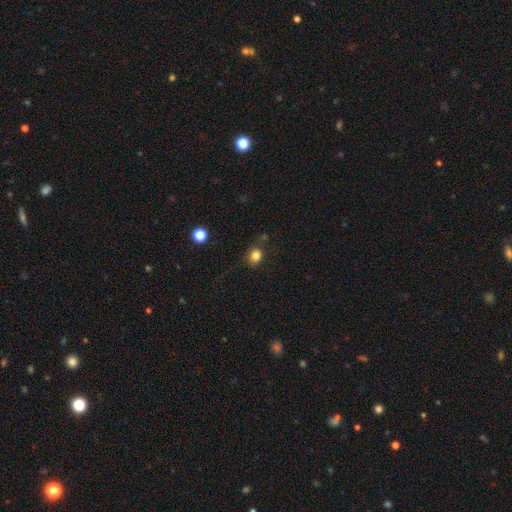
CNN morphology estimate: The model was most divided on "how rounded": round: 64%, in between: 35%, cigar-shaped: 1%. More confident: smooth or featured — smooth (82%); merging — none (76%).